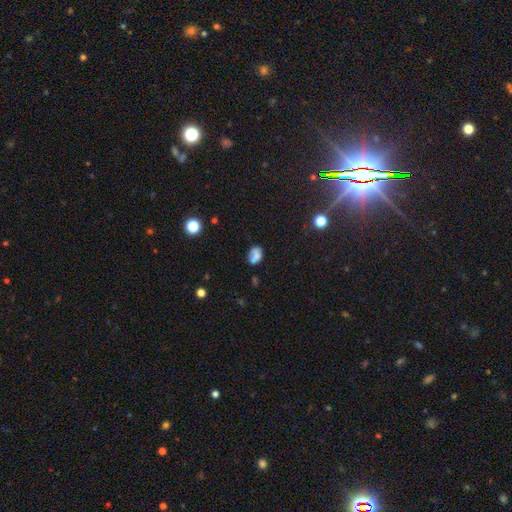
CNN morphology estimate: Smooth or featured?
  - smooth: 66% *
  - featured or disk: 20%
  - star or artifact: 14%
How rounded?
  - in between: 68% *
  - round: 31%
  - cigar-shaped: 2%
Merging?
  - none: 40% *
  - merger: 26%
  - minor disturbance: 22%
  - major disturbance: 11%